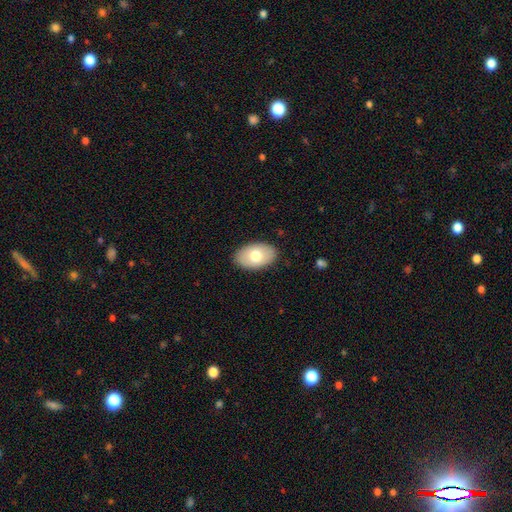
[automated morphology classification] Smooth or featured? Predicted: smooth (p=0.72). How rounded? Predicted: in between (p=0.93). Merging? Predicted: none (p=0.87).